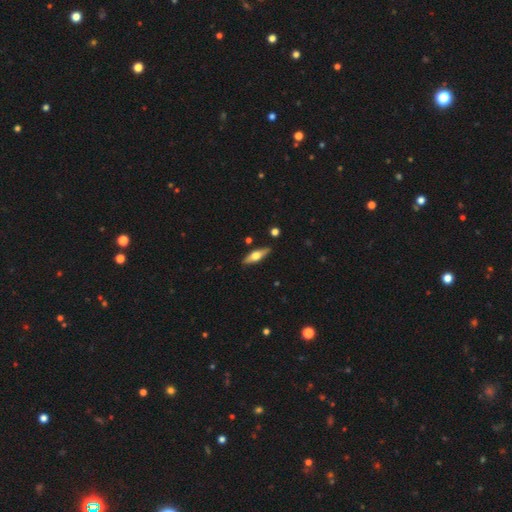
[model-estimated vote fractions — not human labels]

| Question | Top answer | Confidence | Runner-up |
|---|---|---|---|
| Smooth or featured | featured or disk | 54% | smooth (40%) |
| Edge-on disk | yes | 91% | no (9%) |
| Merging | none | 87% | minor disturbance (9%) |